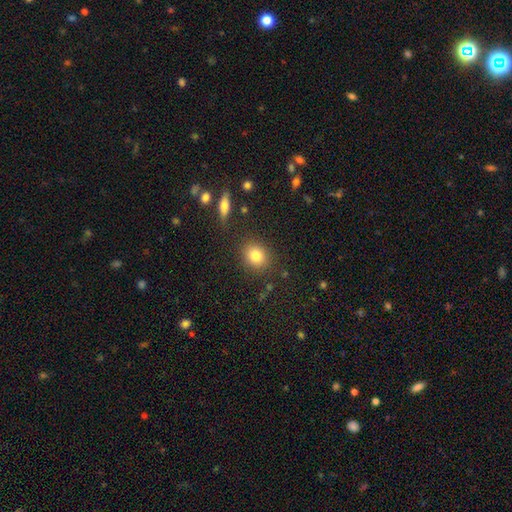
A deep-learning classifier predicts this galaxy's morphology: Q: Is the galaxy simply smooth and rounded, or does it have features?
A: smooth — 81%.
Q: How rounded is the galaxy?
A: round — 67%.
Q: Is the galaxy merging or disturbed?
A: none — 85%.